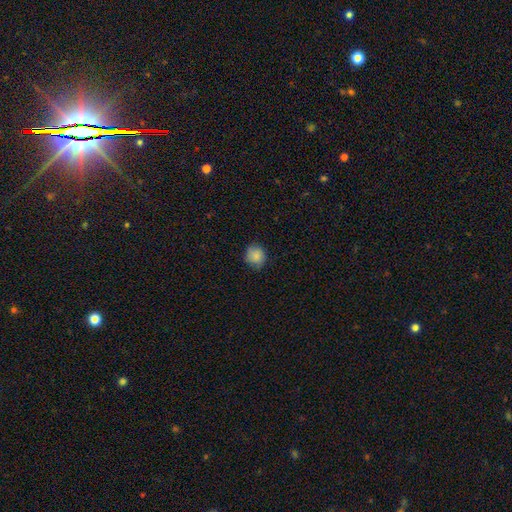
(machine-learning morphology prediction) Overall: smooth (85%). How rounded: round (80%). Merging: none (78%).